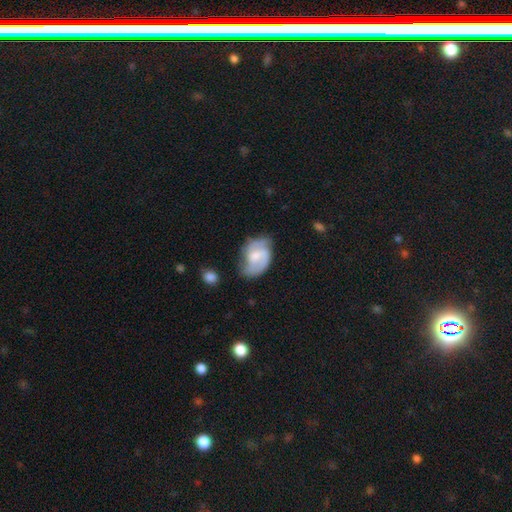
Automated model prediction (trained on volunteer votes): This is likely a featured or disk galaxy (69%). It is clearly not viewed edge-on (97%). Bar: possibly weak (47%). Spiral arm pattern: clearly yes (90%). Spiral arm count: likely 2 (75%). Spiral winding: possibly medium (49%). Central bulge: marginally moderate (43%). Merging: possibly none (51%).